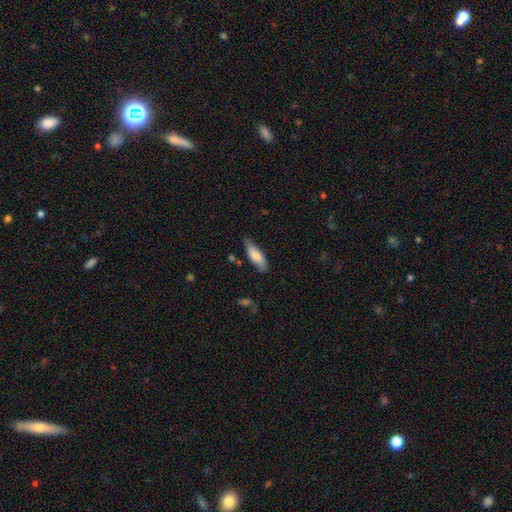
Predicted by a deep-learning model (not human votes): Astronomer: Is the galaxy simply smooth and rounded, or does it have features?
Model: smooth — 78%.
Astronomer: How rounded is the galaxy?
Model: in between — 55% (runner-up: cigar-shaped, 44%).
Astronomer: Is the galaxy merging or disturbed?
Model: none — 71%.